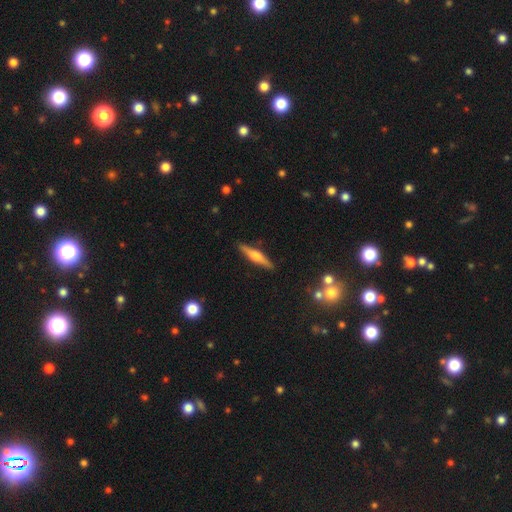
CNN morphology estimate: The model was most divided on "smooth or featured": featured or disk: 55%, smooth: 39%, star or artifact: 6%. More confident: edge-on disk — yes (96%); merging — none (89%); edge-on bulge — rounded (74%).